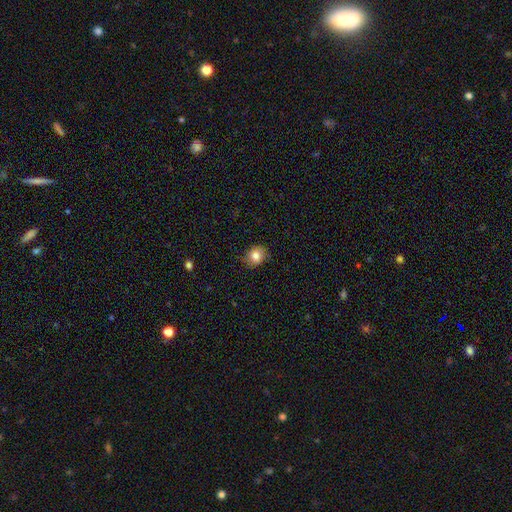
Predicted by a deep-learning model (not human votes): smooth_or_featured: smooth (p=0.82) [alt: star or artifact p=0.10]
how_rounded: round (p=0.68) [alt: in between p=0.31]
merging: none (p=0.82) [alt: minor disturbance p=0.14]